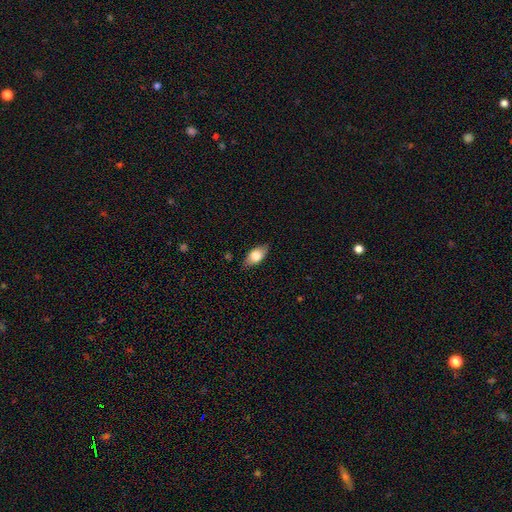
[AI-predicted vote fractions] This is likely a smooth galaxy (71%). How rounded: clearly in between (87%). Merging: clearly none (82%).